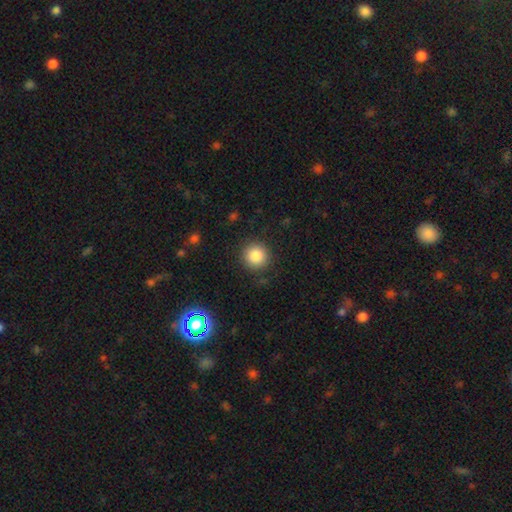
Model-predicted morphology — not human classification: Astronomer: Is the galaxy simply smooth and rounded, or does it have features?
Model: smooth — 85%.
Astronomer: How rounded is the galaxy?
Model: round — 94%.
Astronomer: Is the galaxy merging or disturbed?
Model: none — 89%.